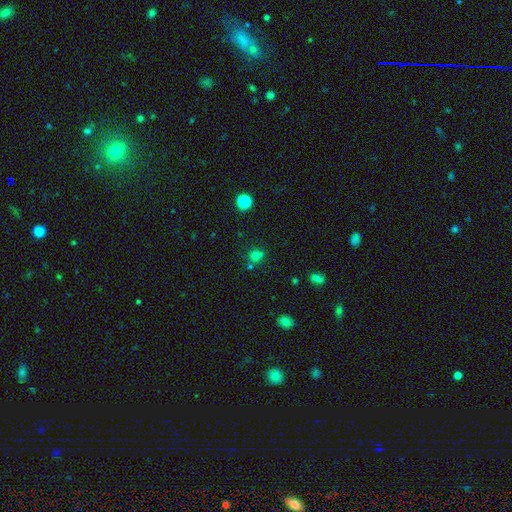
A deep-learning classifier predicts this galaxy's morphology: Smooth or featured?
  - smooth: 68% *
  - star or artifact: 24%
  - featured or disk: 8%
How rounded?
  - round: 83% *
  - in between: 16%
  - cigar-shaped: 1%
Merging?
  - none: 63% *
  - merger: 21%
  - minor disturbance: 12%
  - major disturbance: 4%